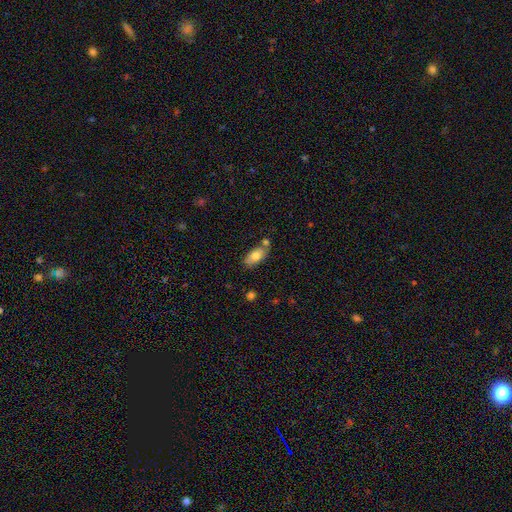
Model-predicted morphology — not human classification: smooth 75%, featured or disk 18%, star or artifact 7%. Down the decision tree: how rounded — in between (90%); merging — none (65%).